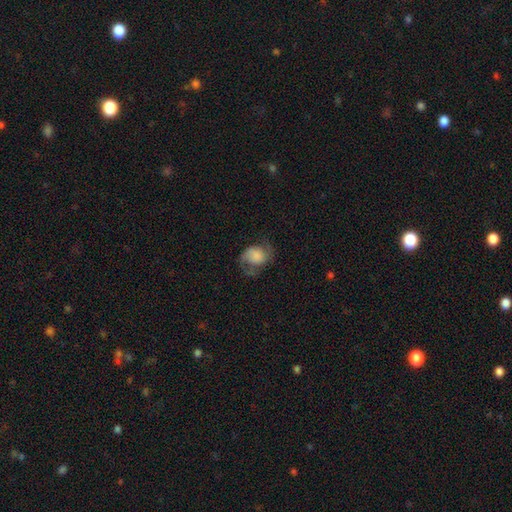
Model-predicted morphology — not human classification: A featured or disk galaxy (57%) with no bar (72%), spiral arms (90%) and a large central bulge (28%).

Vote fractions:
- Smooth or featured? featured or disk: 57% / smooth: 35% / star or artifact: 8%
- Edge-on disk? no: 98% / yes: 2%
- Bar? no: 72% / weak: 22% / strong: 5%
- Spiral arms? yes: 90% / no: 10%
- Bulge size? large: 28% / none: 27% / dominant: 16% / small: 15% / moderate: 14%
- Merging? none: 60% / minor disturbance: 21% / major disturbance: 17% / merger: 2%